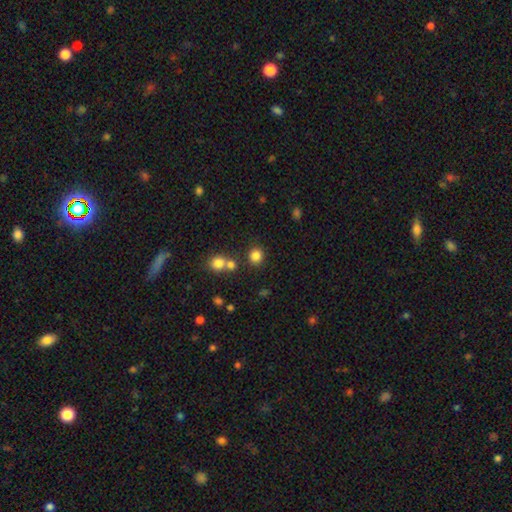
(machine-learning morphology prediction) smooth_or_featured: smooth (p=0.82) [alt: star or artifact p=0.13]
how_rounded: round (p=0.88) [alt: in between p=0.11]
merging: none (p=0.79) [alt: merger p=0.11]